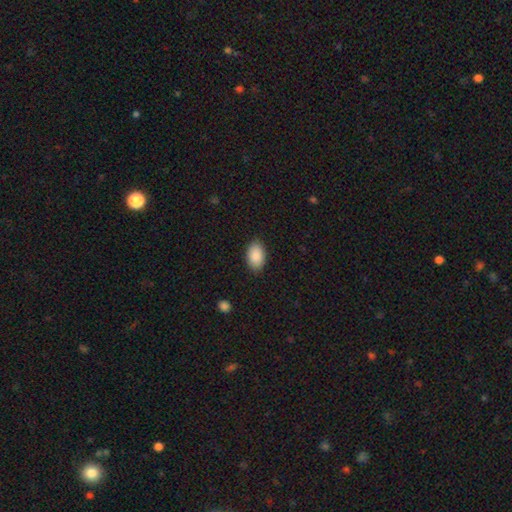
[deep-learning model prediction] The model was most divided on "merging": none: 87%, minor disturbance: 10%, major disturbance: 2%, merger: 1%. More confident: how rounded — in between (92%); smooth or featured — smooth (89%).